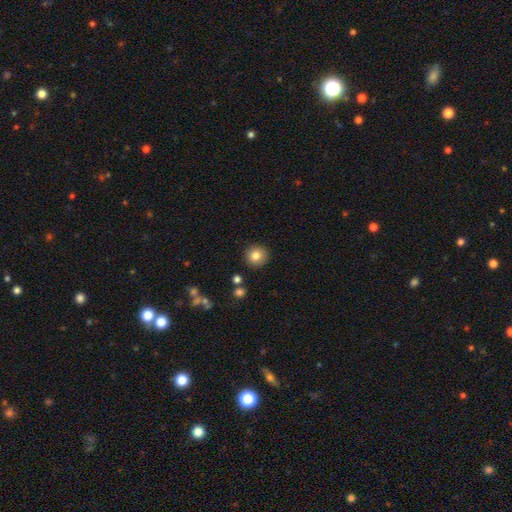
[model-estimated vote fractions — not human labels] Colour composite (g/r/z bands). It shows a smooth galaxy with no disk features (83%) that is round (93%). Merging: none (90%).